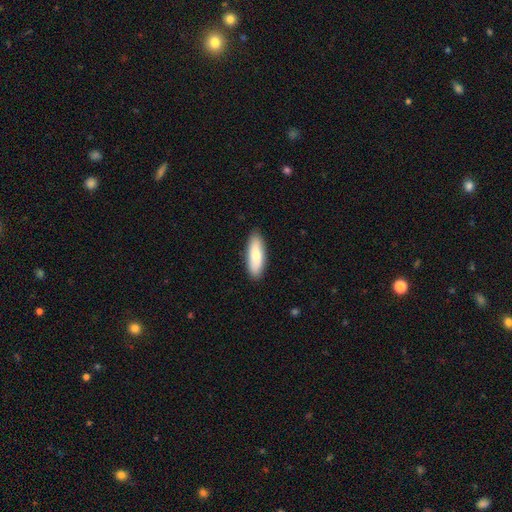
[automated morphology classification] smooth 78%, featured or disk 16%, star or artifact 5%. Down the decision tree: how rounded — in between (60%); merging — none (88%).